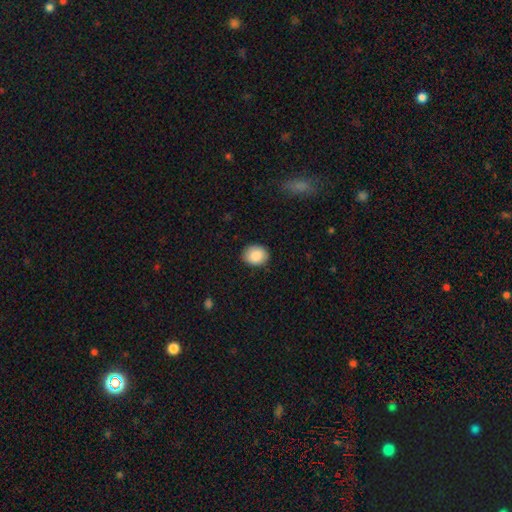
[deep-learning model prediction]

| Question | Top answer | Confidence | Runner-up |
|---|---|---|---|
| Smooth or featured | smooth | 88% | star or artifact (7%) |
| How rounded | round | 55% | in between (44%) |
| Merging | none | 86% | minor disturbance (11%) |